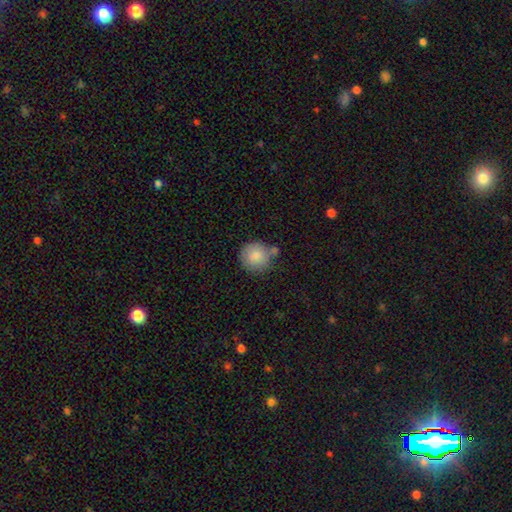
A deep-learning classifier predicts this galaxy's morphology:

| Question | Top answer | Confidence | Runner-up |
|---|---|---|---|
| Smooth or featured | smooth | 86% | featured or disk (8%) |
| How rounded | round | 93% | in between (6%) |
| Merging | none | 61% | minor disturbance (17%) |